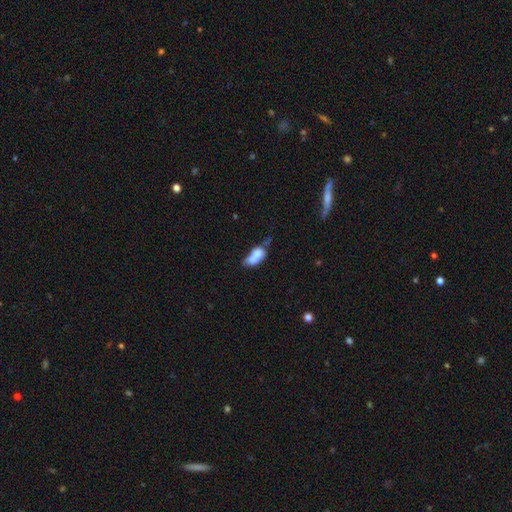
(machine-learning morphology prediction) smooth 72%, featured or disk 19%, star or artifact 9%. Down the decision tree: how rounded — in between (84%); merging — minor disturbance (28%).